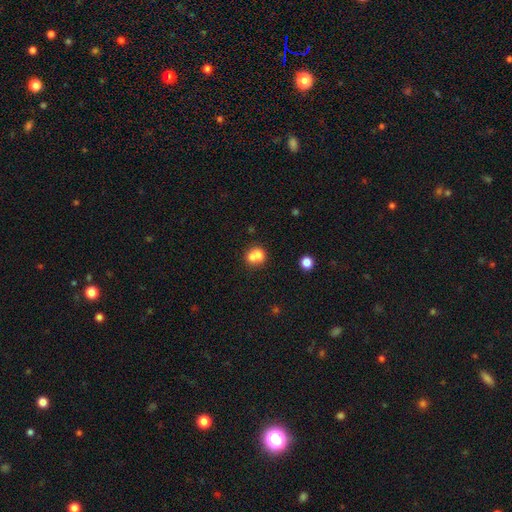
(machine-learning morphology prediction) Smooth or featured? smooth (72%)
How rounded? round (72%)
Merging? merger (57%)